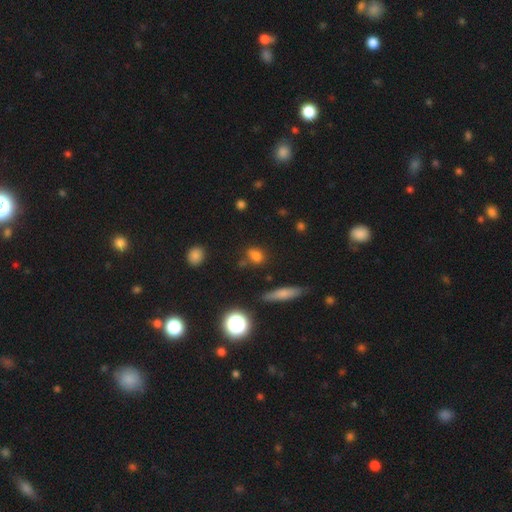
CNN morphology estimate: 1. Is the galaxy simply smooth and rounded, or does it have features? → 72% smooth, 19% star or artifact, 9% featured or disk.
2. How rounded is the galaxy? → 57% in between, 34% round, 8% cigar-shaped.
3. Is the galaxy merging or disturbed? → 70% none, 16% minor disturbance, 8% merger, 5% major disturbance.